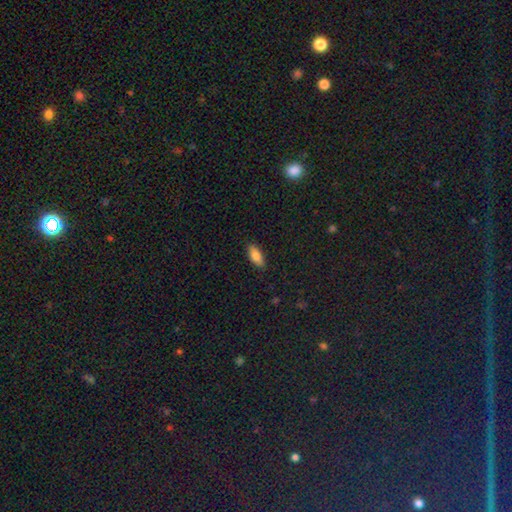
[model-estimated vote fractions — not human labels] smooth 83%, featured or disk 9%, star or artifact 7%. Down the decision tree: how rounded — in between (84%); merging — none (86%).